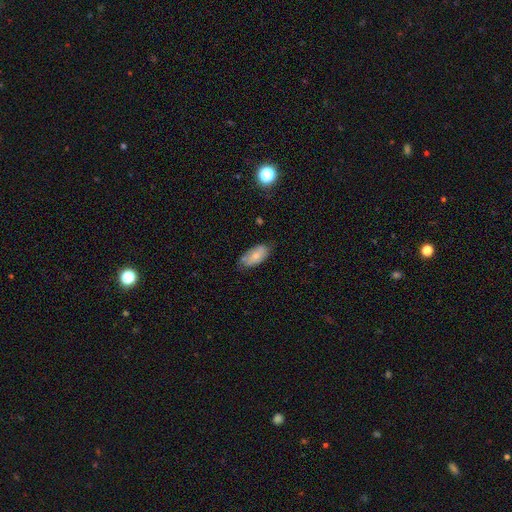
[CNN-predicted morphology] A smooth galaxy with no disk features (72%) that is in between round and cigar-shaped (93%). Merging: none (64%).